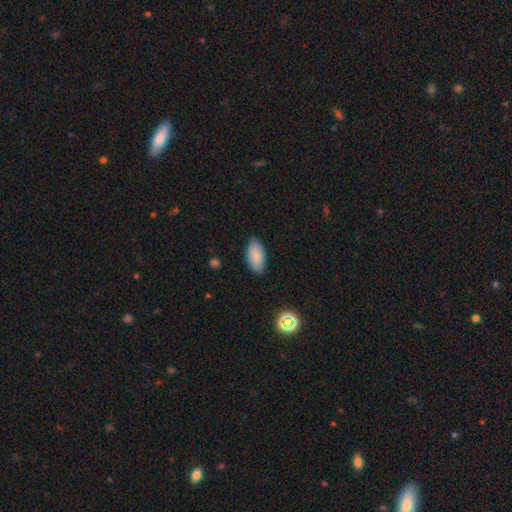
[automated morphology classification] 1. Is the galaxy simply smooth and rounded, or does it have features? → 87% smooth, 7% star or artifact, 6% featured or disk.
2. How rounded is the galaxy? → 93% in between, 5% cigar-shaped, 2% round.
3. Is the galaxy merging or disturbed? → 83% none, 14% minor disturbance, 2% major disturbance, 1% merger.